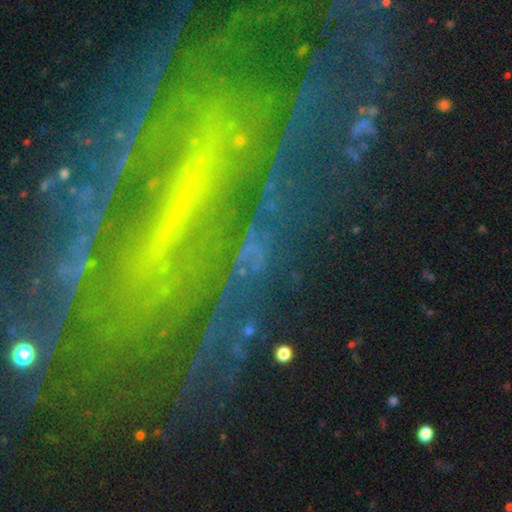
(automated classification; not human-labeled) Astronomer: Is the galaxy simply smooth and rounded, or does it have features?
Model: star or artifact — 44% (runner-up: featured or disk, 43%).